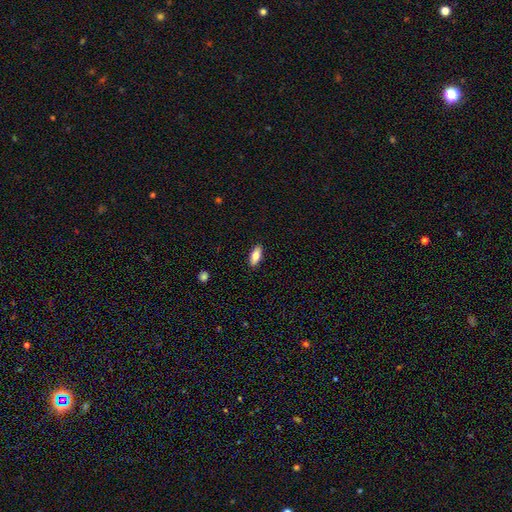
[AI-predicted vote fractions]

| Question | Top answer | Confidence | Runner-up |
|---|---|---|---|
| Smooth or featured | smooth | 78% | featured or disk (16%) |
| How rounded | in between | 80% | cigar-shaped (18%) |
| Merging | none | 90% | minor disturbance (8%) |